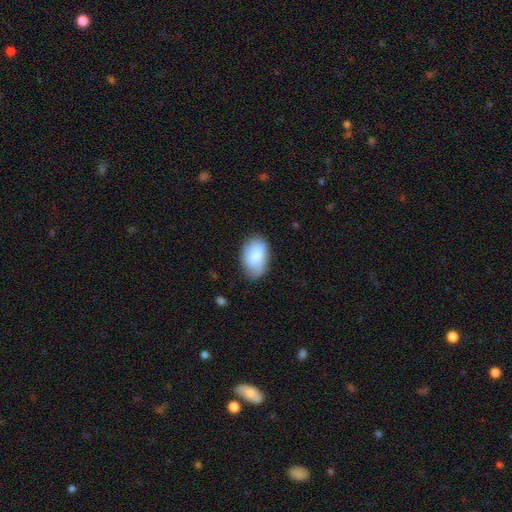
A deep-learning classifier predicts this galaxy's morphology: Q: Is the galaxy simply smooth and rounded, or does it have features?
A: smooth — 76%.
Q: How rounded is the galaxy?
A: in between — 90%.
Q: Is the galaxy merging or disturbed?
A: none — 70%.